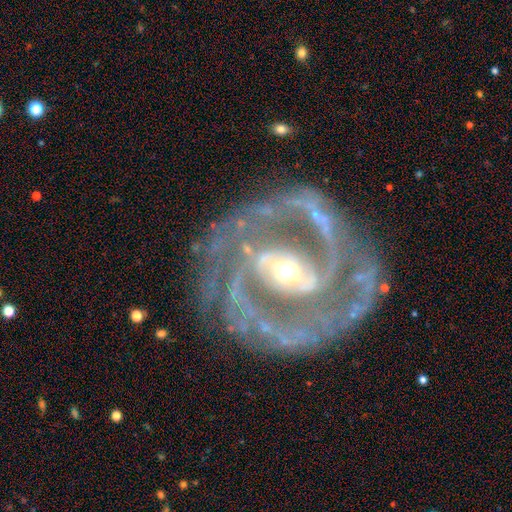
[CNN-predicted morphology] This is clearly a featured or disk galaxy (89%). It is clearly not viewed edge-on (96%). Bar: marginally strong (43%). Spiral arm pattern: clearly yes (94%). Spiral arm count: likely 2 (64%). Spiral winding: possibly tight (56%). Central bulge: possibly moderate (49%). Merging: likely none (76%).